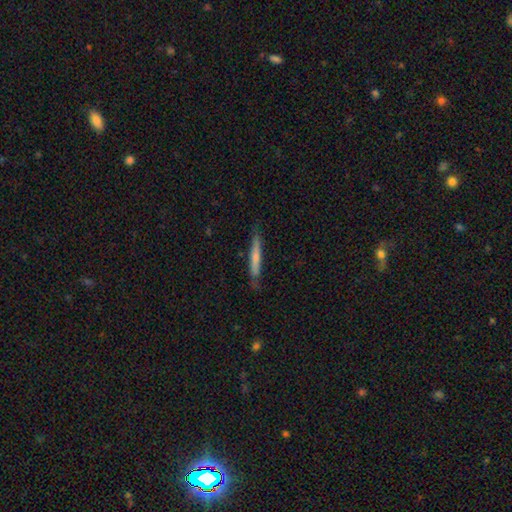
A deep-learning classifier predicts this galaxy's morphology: The model was most divided on "smooth or featured": smooth: 59%, featured or disk: 35%, star or artifact: 6%. More confident: how rounded — cigar-shaped (95%); merging — none (80%).